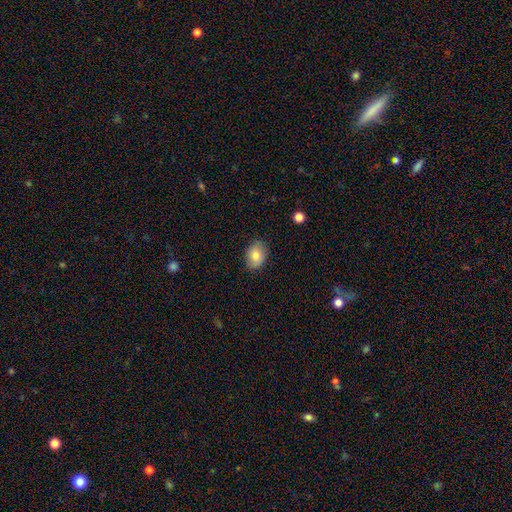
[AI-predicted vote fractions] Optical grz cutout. It shows a smooth galaxy with no disk features (79%) that is in between round and cigar-shaped (69%). Merging: none (84%).